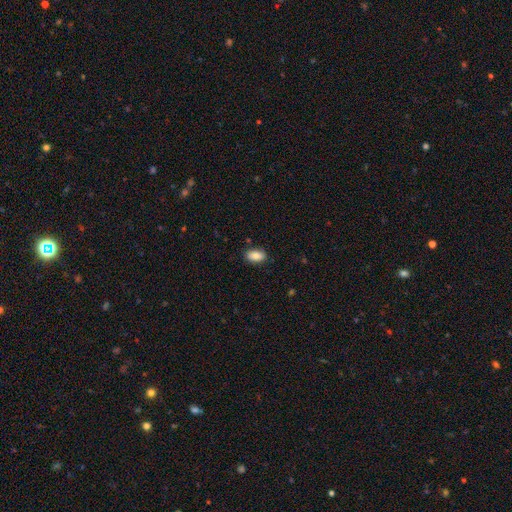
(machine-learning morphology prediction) This is clearly a smooth galaxy (85%). How rounded: clearly in between (92%). Merging: clearly none (86%).